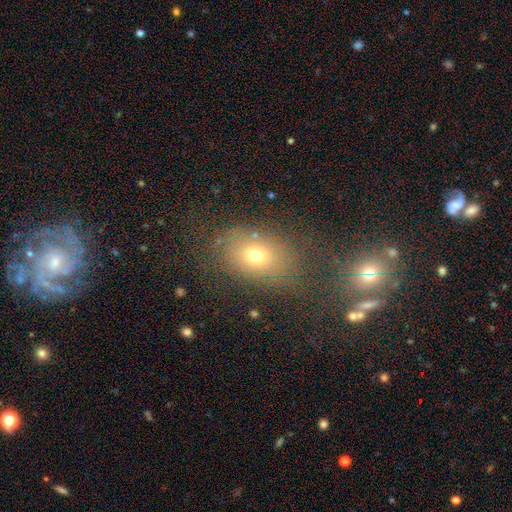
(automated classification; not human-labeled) Smooth or featured? smooth (66%)
How rounded? in between (70%)
Merging? none (71%)